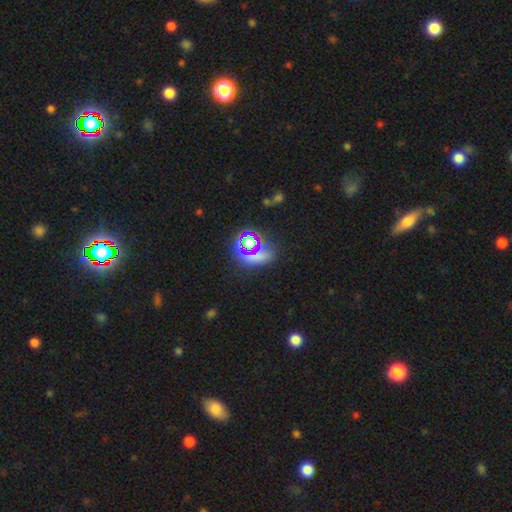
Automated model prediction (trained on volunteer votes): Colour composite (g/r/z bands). It shows a star or artifact, not a galaxy (49%).